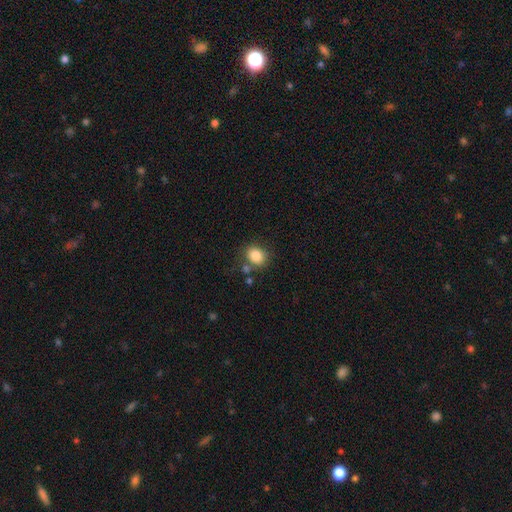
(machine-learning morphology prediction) Smooth or featured? smooth (84%)
How rounded? round (61%)
Merging? none (72%)